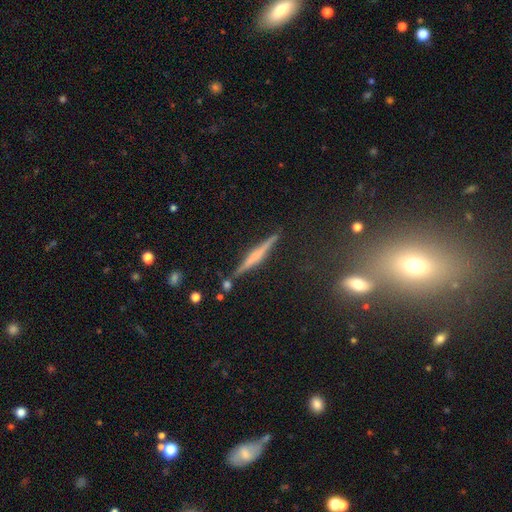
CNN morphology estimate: The model was most divided on "edge-on bulge": rounded: 41%, none: 33%, boxy: 26%. More confident: edge-on disk — yes (97%); merging — none (86%); smooth or featured — featured or disk (63%).